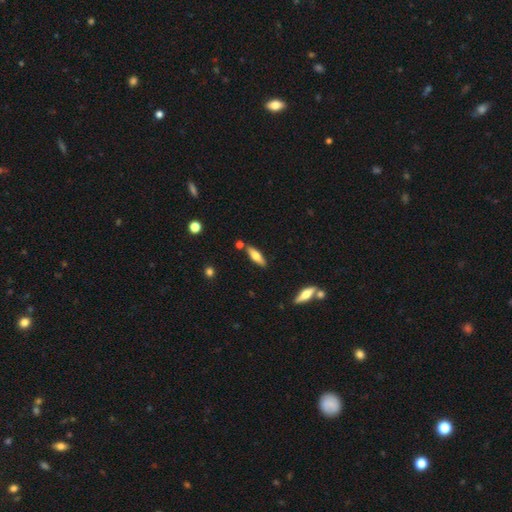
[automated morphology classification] smooth-or-featured: smooth: 58% | featured or disk: 36% | star or artifact: 6%
  how-rounded: cigar-shaped: 55% | in between: 43% | round: 2%
  merging: none: 79% | minor disturbance: 11% | merger: 7% | major disturbance: 2%